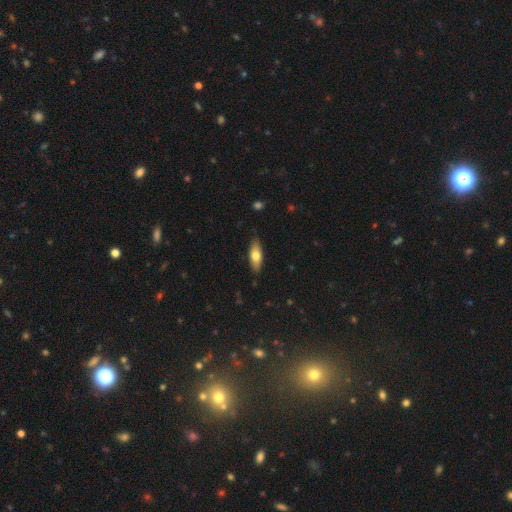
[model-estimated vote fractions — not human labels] Smooth or featured? smooth (69%)
How rounded? in between (66%)
Merging? none (86%)